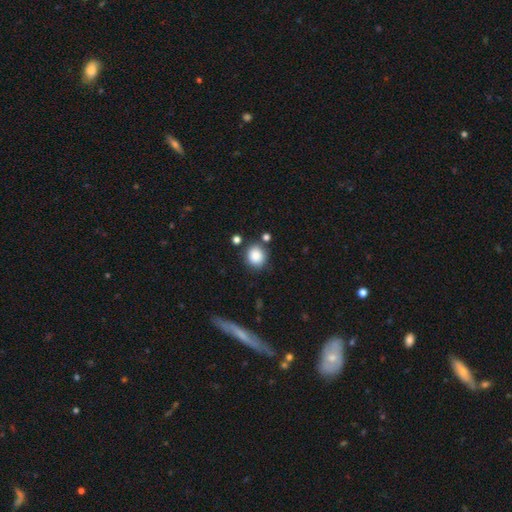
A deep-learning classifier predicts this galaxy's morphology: Overall: smooth (87%). How rounded: round (80%). Merging: none (77%).